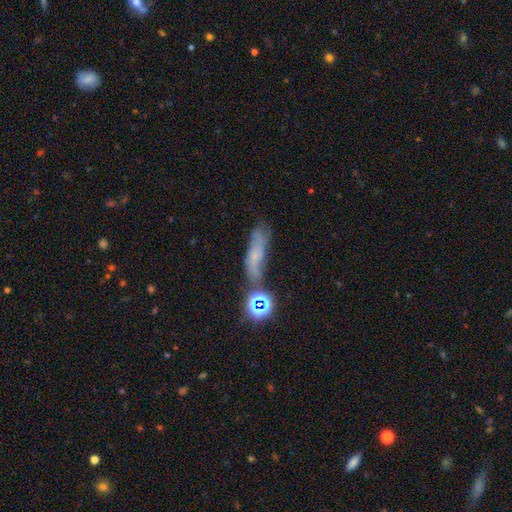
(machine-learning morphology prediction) Smooth or featured: smooth — 41% (featured or disk — 37%)
Merging: none — 45% (minor disturbance — 25%)